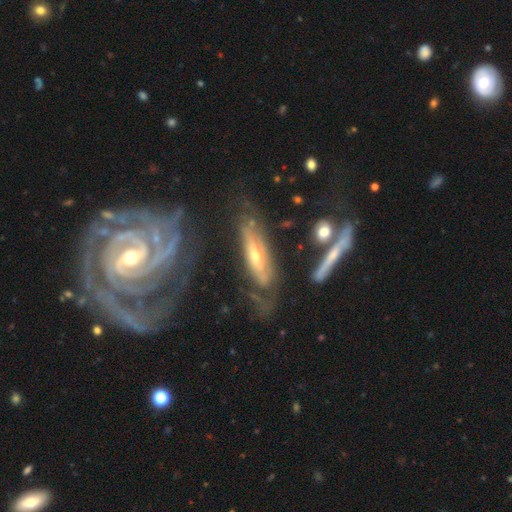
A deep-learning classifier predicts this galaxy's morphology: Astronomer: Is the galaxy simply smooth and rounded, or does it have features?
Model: featured or disk — 74%.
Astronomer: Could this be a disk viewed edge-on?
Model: no — 62% (runner-up: yes, 38%).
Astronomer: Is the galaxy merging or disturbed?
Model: none — 50%.